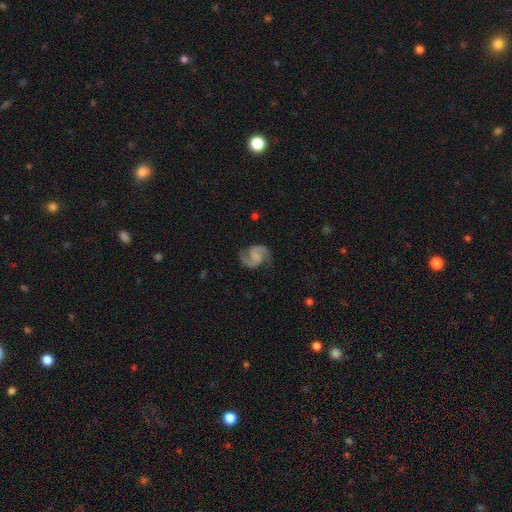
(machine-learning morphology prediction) Overall: featured or disk (90%). Edge-on disk: no (98%). Bar: no (50%; weak 38%). Spiral arms: yes (98%). Spiral arm count: 2 (94%). Spiral winding: medium (58%; loose 25%). Bulge size: none (62%). Merging: none (79%).